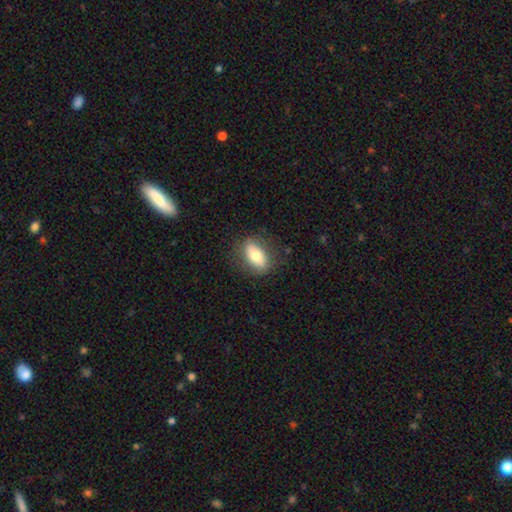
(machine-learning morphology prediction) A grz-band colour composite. It shows a smooth galaxy with no disk features (70%) that is in between round and cigar-shaped (86%). Merging: none (80%).